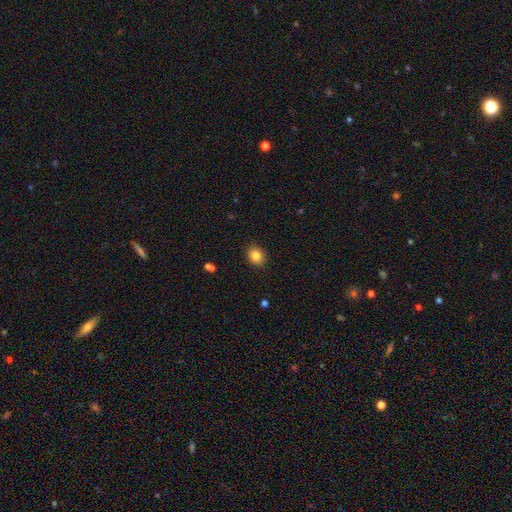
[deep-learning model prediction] Smooth or featured?
  - smooth: 85% *
  - star or artifact: 10%
  - featured or disk: 6%
How rounded?
  - round: 52% *
  - in between: 48%
  - cigar-shaped: 1%
Merging?
  - none: 89% *
  - minor disturbance: 8%
  - major disturbance: 2%
  - merger: 1%